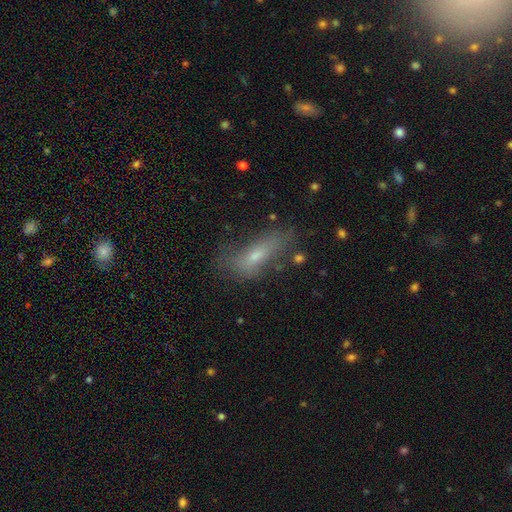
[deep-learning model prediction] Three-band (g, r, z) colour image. It shows a smooth galaxy with no disk features (60%) that is in between round and cigar-shaped (57%). Merging: none (53%).